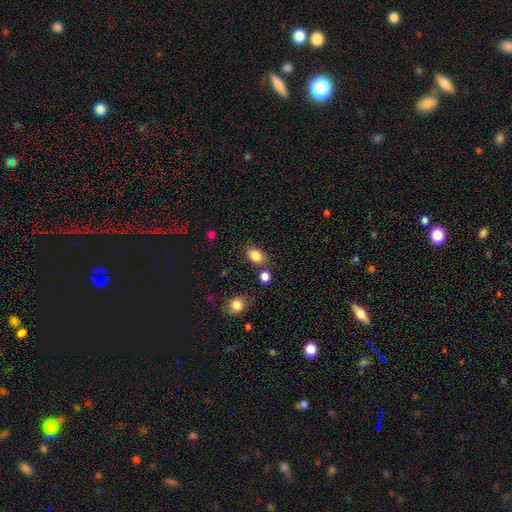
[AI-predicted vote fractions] Morphology: type=smooth (85%); roundness=in between (78%); merging=none (75%).